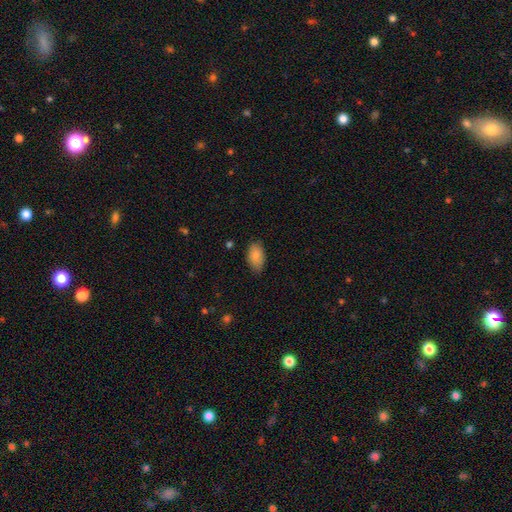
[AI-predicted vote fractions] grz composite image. It shows a smooth galaxy with no disk features (85%) that is in between round and cigar-shaped (93%). Merging: none (76%).